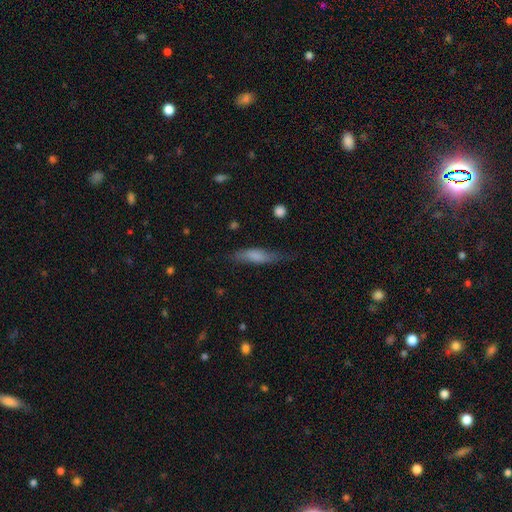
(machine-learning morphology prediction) smooth-or-featured: smooth: 70% | featured or disk: 23% | star or artifact: 7%
  how-rounded: cigar-shaped: 68% | in between: 29% | round: 2%
  merging: none: 67% | minor disturbance: 24% | major disturbance: 7% | merger: 2%